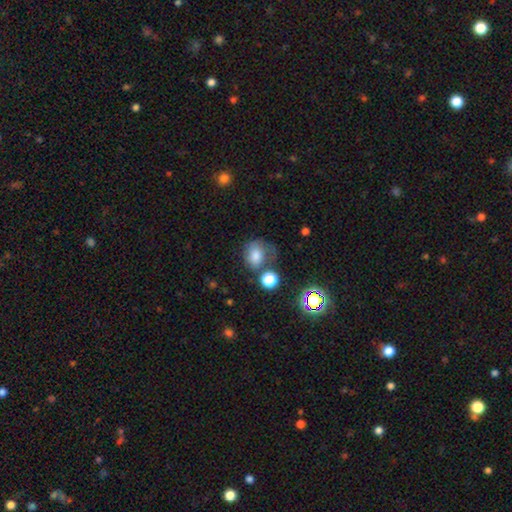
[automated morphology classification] This is likely a smooth galaxy (71%). How rounded: possibly round (57%). Merging: marginally none (41%).